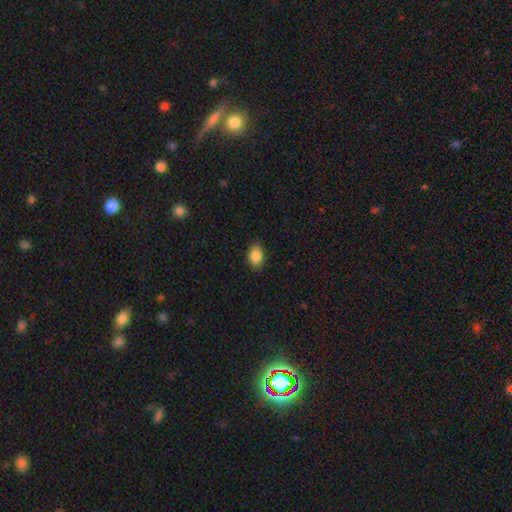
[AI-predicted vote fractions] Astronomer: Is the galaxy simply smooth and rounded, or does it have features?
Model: smooth — 88%.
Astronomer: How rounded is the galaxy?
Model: in between — 87%.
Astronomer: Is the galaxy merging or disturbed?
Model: none — 88%.